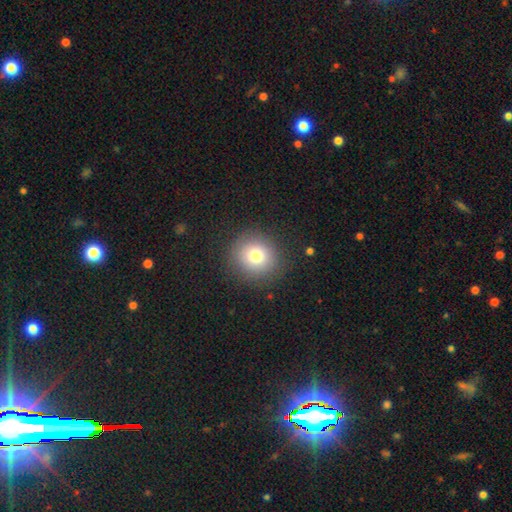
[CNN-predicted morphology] Smooth or featured? smooth (77%)
How rounded? round (90%)
Merging? none (88%)